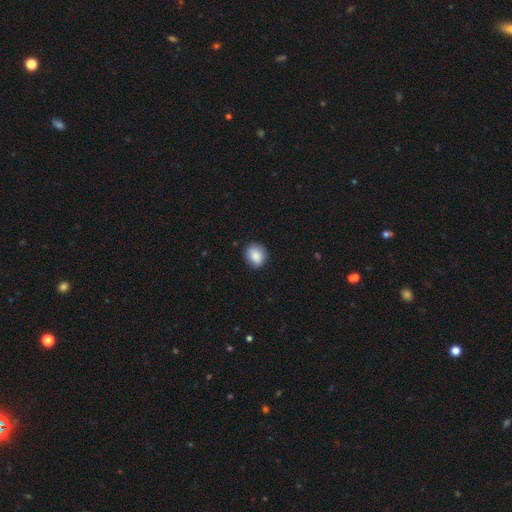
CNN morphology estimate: Smooth or featured? Predicted: smooth (p=0.87). How rounded? Predicted: round (p=0.68). Merging? Predicted: none (p=0.86).